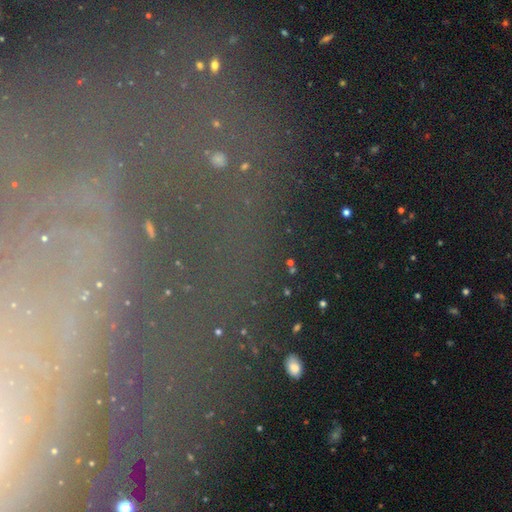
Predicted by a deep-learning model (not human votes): Smooth or featured: star or artifact — 45% (featured or disk — 37%)